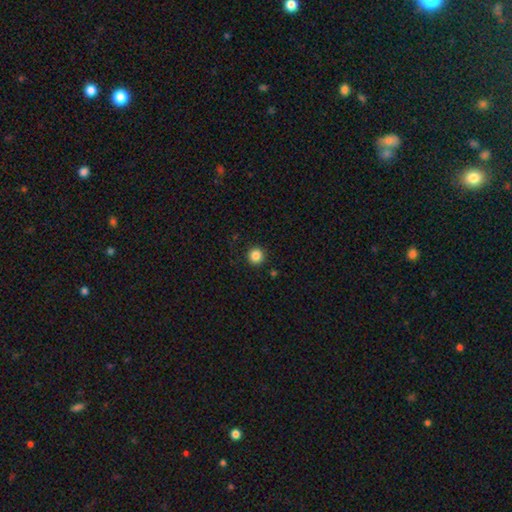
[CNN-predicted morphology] Q: Smooth or featured?
A: smooth (86%); runner-up: star or artifact (11%)
Q: How rounded?
A: round (96%); runner-up: in between (4%)
Q: Merging?
A: none (92%); runner-up: minor disturbance (5%)